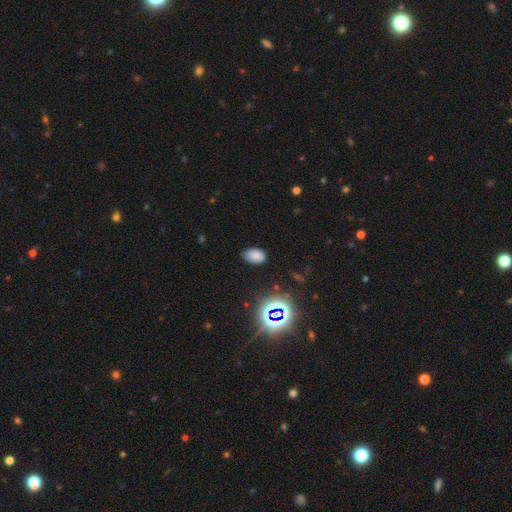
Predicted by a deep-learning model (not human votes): Morphology: type=smooth (74%); roundness=in between (88%); merging=none (77%).